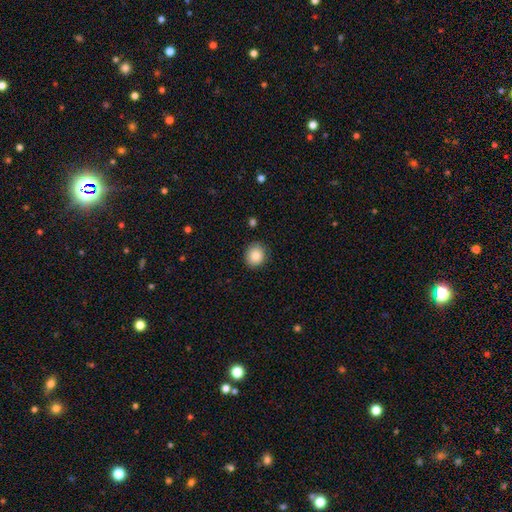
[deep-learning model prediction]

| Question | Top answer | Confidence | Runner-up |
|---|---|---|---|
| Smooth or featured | smooth | 86% | star or artifact (8%) |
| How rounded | round | 79% | in between (20%) |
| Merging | none | 87% | minor disturbance (10%) |